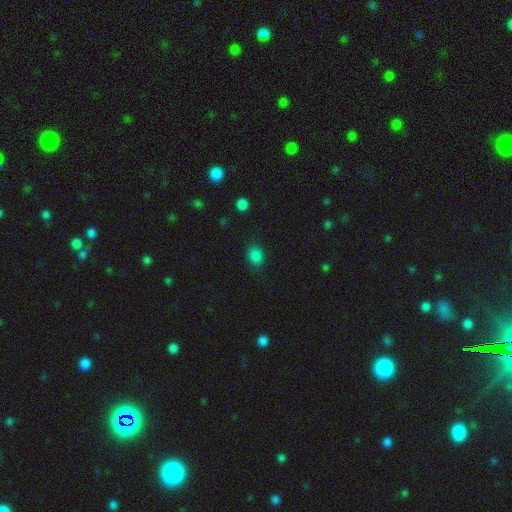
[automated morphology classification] smooth_or_featured: smooth (p=0.84) [alt: star or artifact p=0.13]
how_rounded: round (p=0.63) [alt: in between p=0.36]
merging: none (p=0.83) [alt: minor disturbance p=0.12]